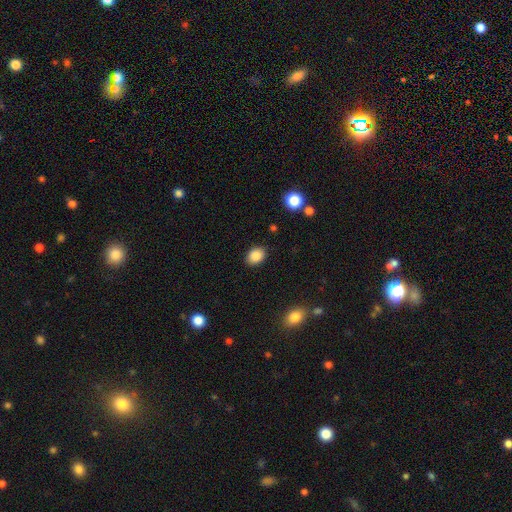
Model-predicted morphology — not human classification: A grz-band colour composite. It shows a smooth galaxy with no disk features (87%) that is in between round and cigar-shaped (65%). Merging: none (88%).